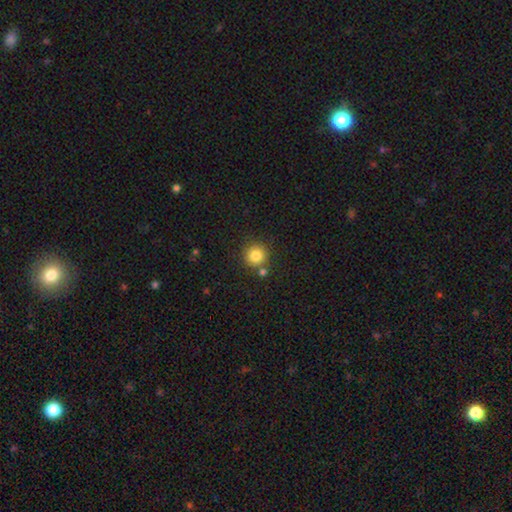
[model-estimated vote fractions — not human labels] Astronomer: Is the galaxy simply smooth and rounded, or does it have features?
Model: smooth — 83%.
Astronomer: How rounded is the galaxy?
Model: round — 94%.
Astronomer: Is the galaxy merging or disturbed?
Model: none — 78%.